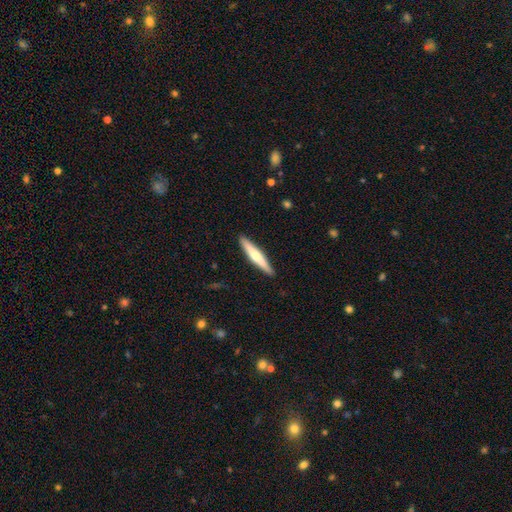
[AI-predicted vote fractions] smooth 51%, featured or disk 44%, star or artifact 5%. Down the decision tree: how rounded — cigar-shaped (91%); merging — none (91%).